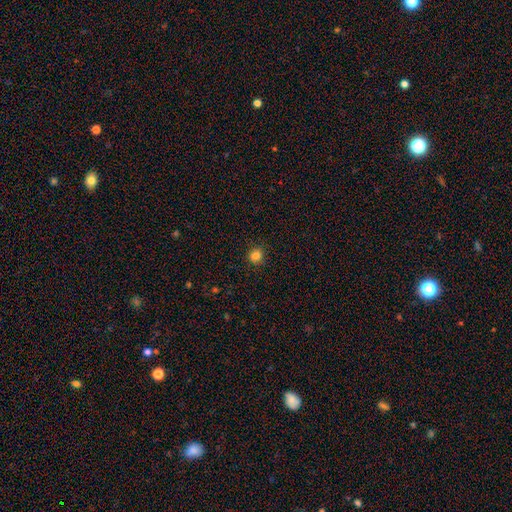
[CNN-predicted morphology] Smooth or featured?
  - smooth: 84% *
  - star or artifact: 13%
  - featured or disk: 4%
How rounded?
  - round: 88% *
  - in between: 11%
  - cigar-shaped: 1%
Merging?
  - none: 89% *
  - minor disturbance: 8%
  - major disturbance: 2%
  - merger: 1%